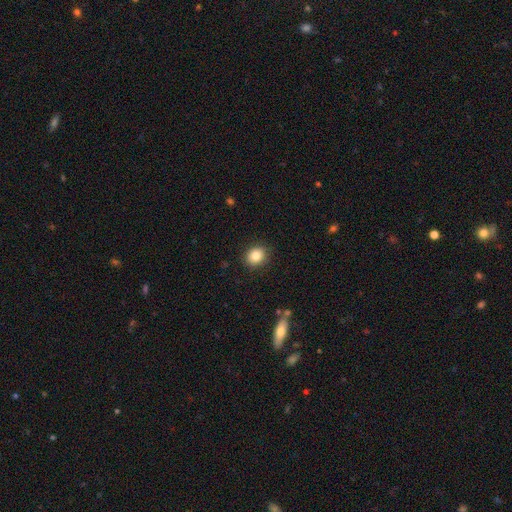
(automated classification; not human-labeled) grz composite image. It shows a smooth galaxy with no disk features (84%) that is round (69%). Merging: none (90%).